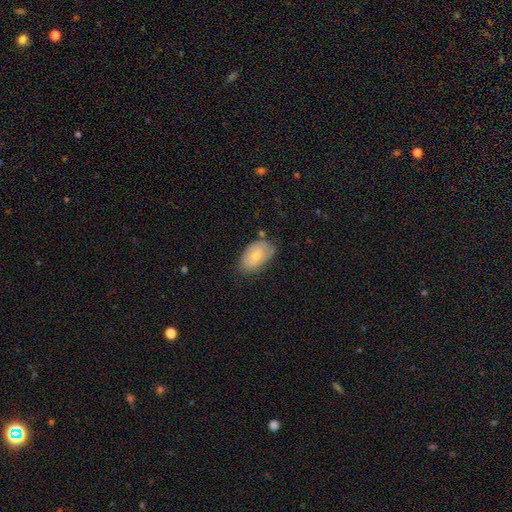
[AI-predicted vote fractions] smooth 66%, featured or disk 28%, star or artifact 6%. Down the decision tree: how rounded — in between (91%); merging — none (60%).